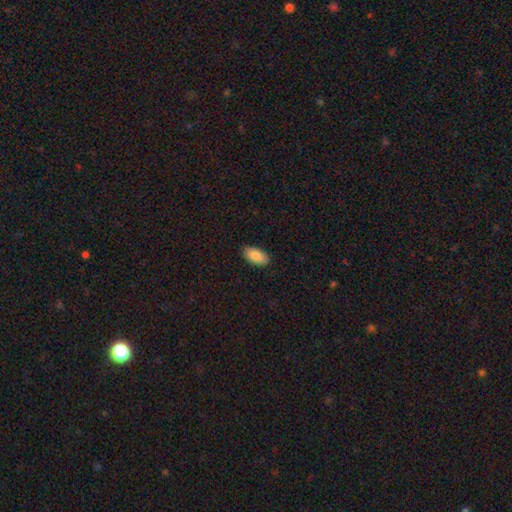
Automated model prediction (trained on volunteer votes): Overall: smooth (88%). How rounded: in between (94%). Merging: none (88%).